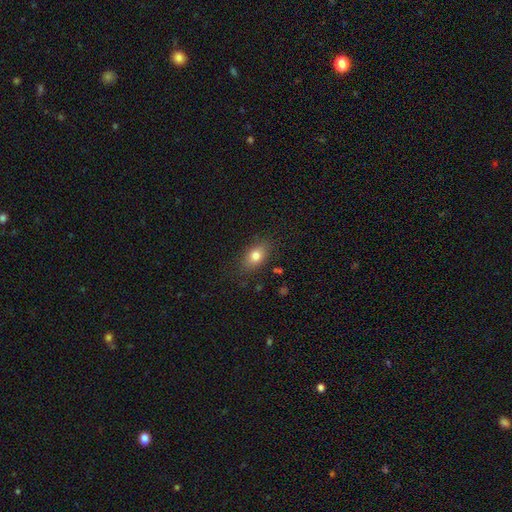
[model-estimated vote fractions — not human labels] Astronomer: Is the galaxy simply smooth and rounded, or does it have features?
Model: smooth — 79%.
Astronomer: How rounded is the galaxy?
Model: in between — 82%.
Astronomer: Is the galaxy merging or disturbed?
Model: none — 82%.